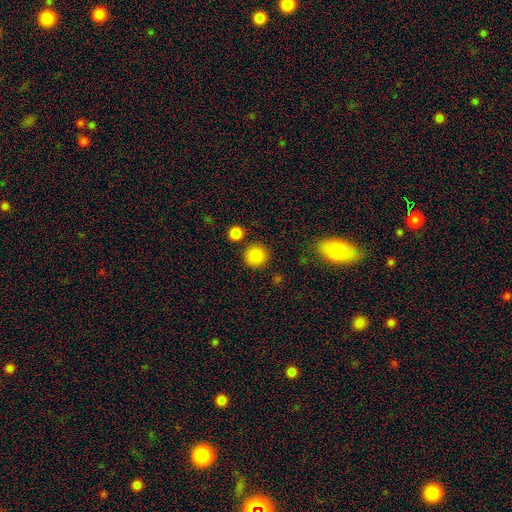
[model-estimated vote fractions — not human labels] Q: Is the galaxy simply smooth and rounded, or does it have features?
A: smooth — 87%.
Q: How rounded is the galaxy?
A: round — 94%.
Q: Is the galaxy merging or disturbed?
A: none — 87%.